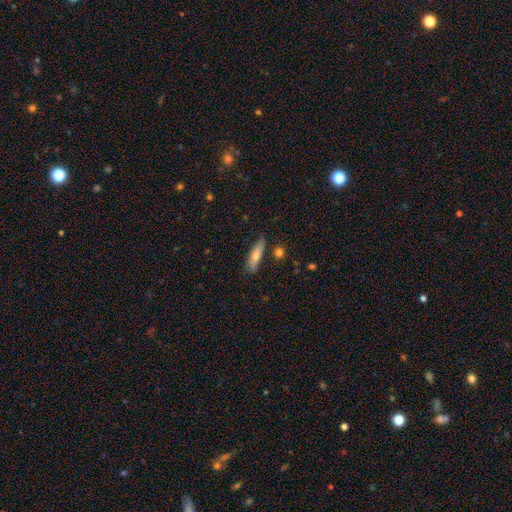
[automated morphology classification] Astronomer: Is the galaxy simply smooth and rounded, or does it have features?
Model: smooth — 61%.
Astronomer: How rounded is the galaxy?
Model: cigar-shaped — 71%.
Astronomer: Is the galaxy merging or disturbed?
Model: none — 79%.